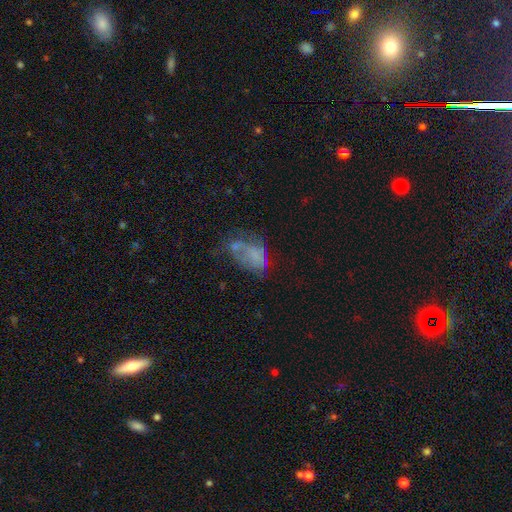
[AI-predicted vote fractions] A smooth galaxy with no disk features (45%).

Vote fractions:
- Smooth or featured? smooth: 45% / featured or disk: 37% / star or artifact: 19%
- Merging? none: 30% / major disturbance: 27% / minor disturbance: 22% / merger: 20%